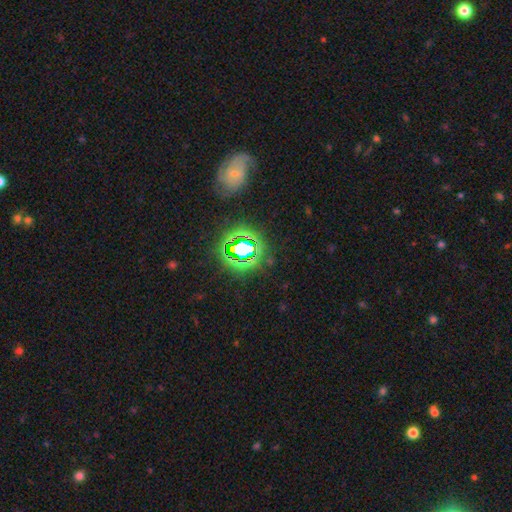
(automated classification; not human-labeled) Smooth or featured? star or artifact (73%)